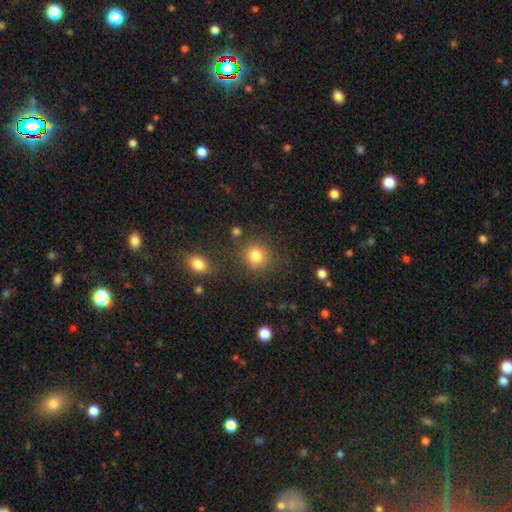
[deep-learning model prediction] smooth 82%, star or artifact 12%, featured or disk 6%. Down the decision tree: how rounded — round (86%); merging — none (79%).